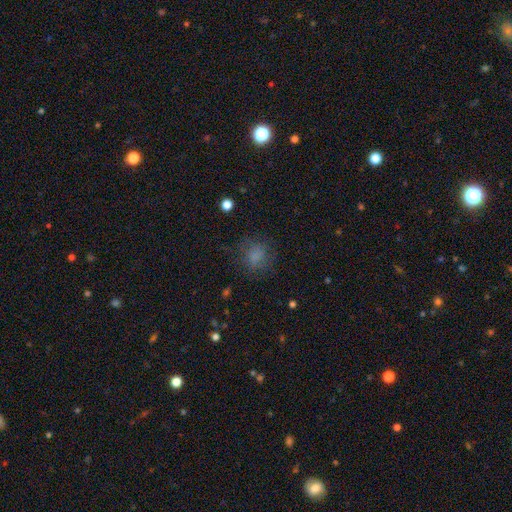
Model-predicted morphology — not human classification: A smooth galaxy with no disk features (77%) that is round (78%). Merging: none (71%).